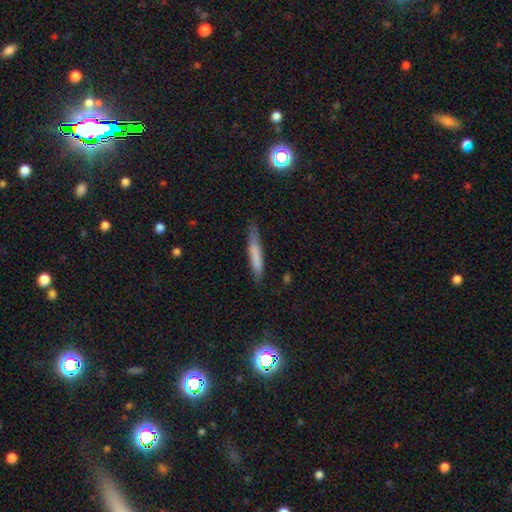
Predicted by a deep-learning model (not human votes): The model was most divided on "smooth or featured": smooth: 72%, featured or disk: 20%, star or artifact: 8%. More confident: how rounded — cigar-shaped (93%); merging — none (80%).